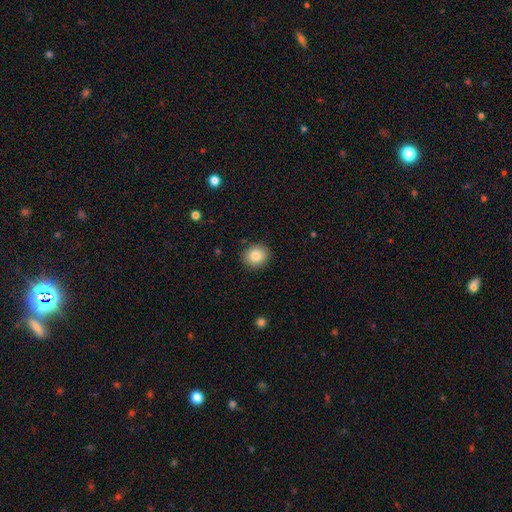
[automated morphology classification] Overall: smooth (84%). How rounded: round (74%). Merging: none (89%).